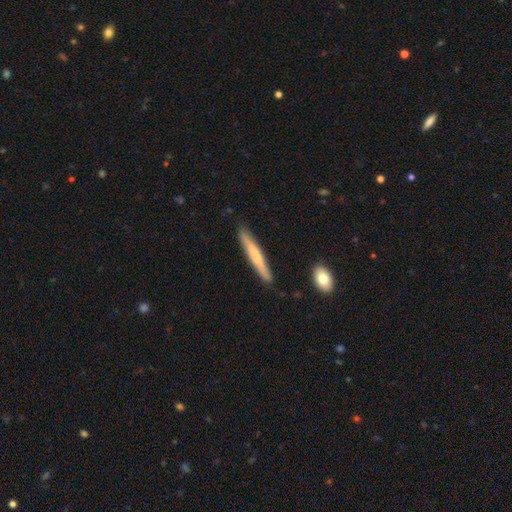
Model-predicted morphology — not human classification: Smooth or featured?
  - smooth: 62% *
  - featured or disk: 33%
  - star or artifact: 5%
How rounded?
  - cigar-shaped: 95% *
  - in between: 3%
  - round: 1%
Merging?
  - none: 88% *
  - minor disturbance: 9%
  - merger: 2%
  - major disturbance: 2%